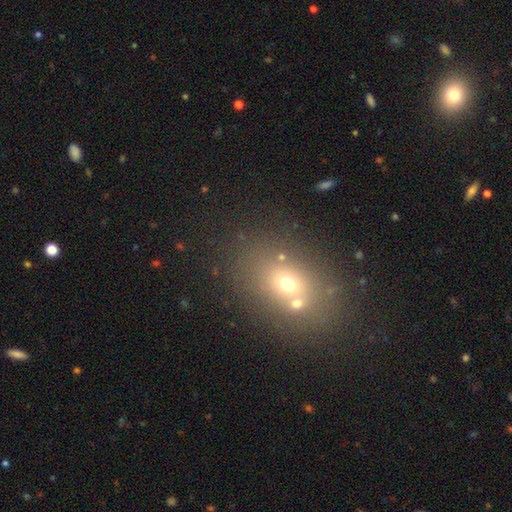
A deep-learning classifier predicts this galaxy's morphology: type=smooth (52%); roundness=in between (59%); merging=none (60%).